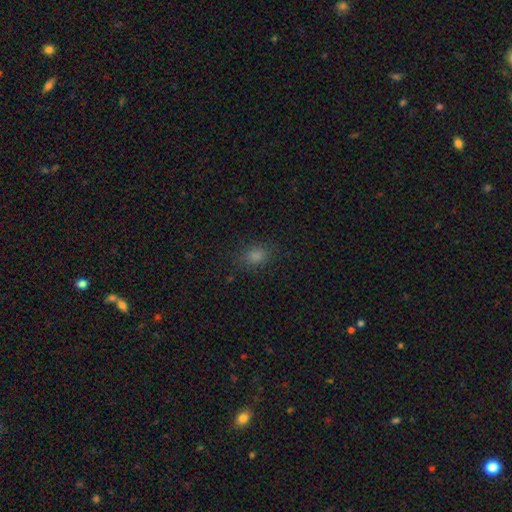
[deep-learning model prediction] smooth_or_featured: smooth (p=0.76) [alt: star or artifact p=0.19]
how_rounded: in between (p=0.59) [alt: round p=0.39]
merging: none (p=0.84) [alt: minor disturbance p=0.11]